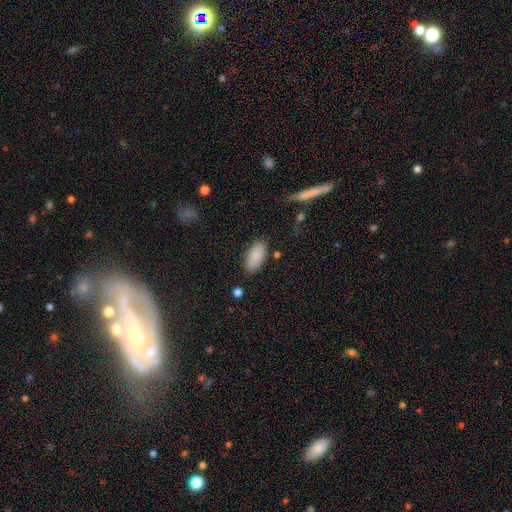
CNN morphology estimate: Smooth or featured? smooth (88%)
How rounded? in between (93%)
Merging? none (85%)